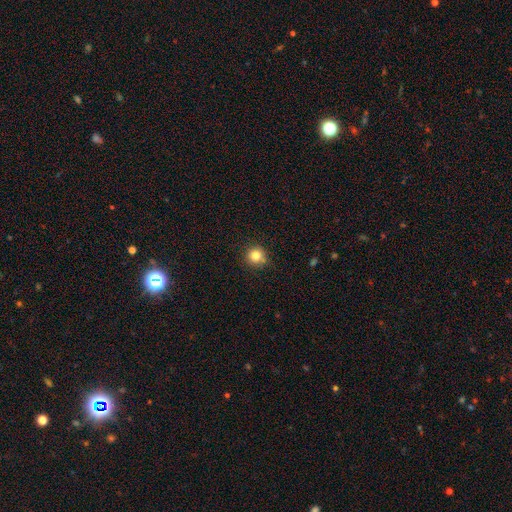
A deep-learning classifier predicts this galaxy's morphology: Smooth or featured? smooth (82%)
How rounded? round (94%)
Merging? none (80%)